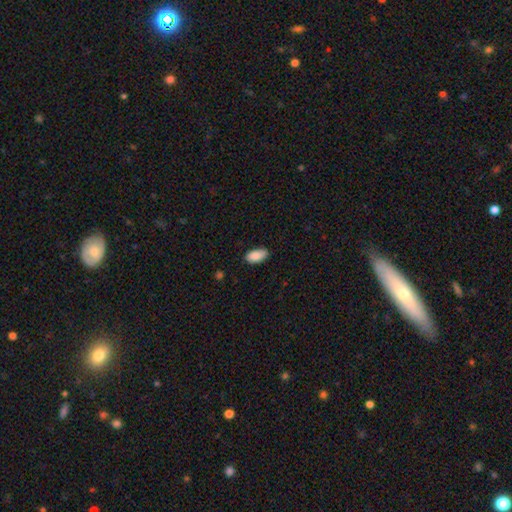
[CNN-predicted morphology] smooth-or-featured: smooth: 89% | star or artifact: 7% | featured or disk: 5%
  how-rounded: in between: 94% | cigar-shaped: 4% | round: 2%
  merging: none: 82% | minor disturbance: 15% | major disturbance: 2% | merger: 1%